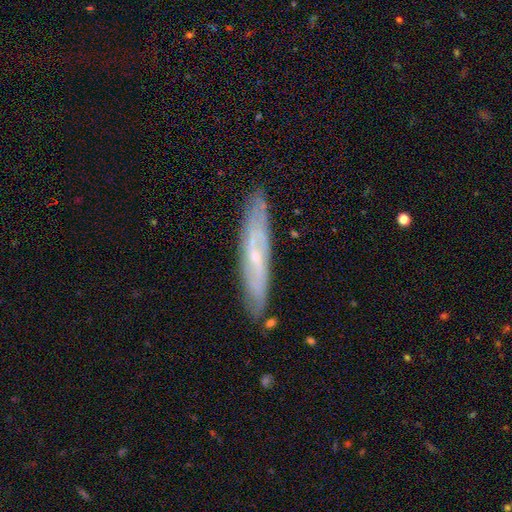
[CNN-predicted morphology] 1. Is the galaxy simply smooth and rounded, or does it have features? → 68% featured or disk, 25% smooth, 7% star or artifact.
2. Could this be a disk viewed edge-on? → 52% yes, 48% no.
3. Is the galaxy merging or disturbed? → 83% none, 13% minor disturbance, 2% major disturbance, 2% merger.